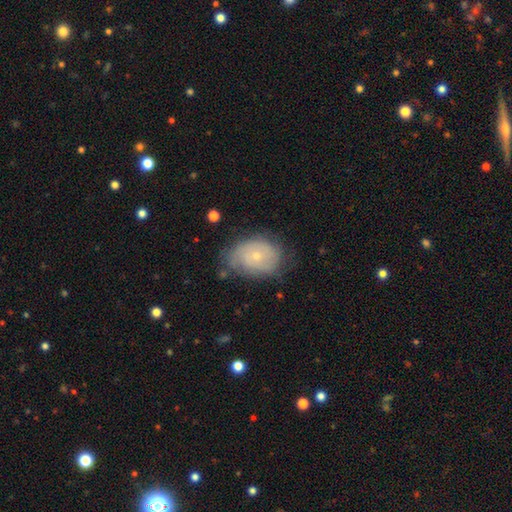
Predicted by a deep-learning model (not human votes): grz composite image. It shows a featured or disk galaxy (54%) with no bar (84%), spiral arms (72%) and a small central bulge (73%). Merging: none (58%).